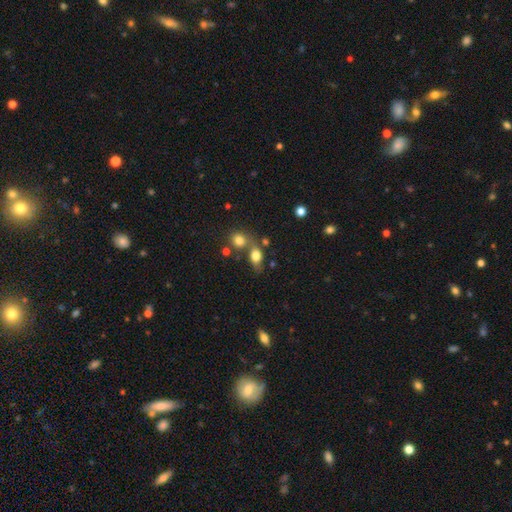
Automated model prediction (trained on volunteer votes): Smooth or featured?
  - smooth: 76% *
  - featured or disk: 13%
  - star or artifact: 11%
How rounded?
  - in between: 71% *
  - round: 25%
  - cigar-shaped: 4%
Merging?
  - none: 46% *
  - merger: 33%
  - minor disturbance: 14%
  - major disturbance: 8%